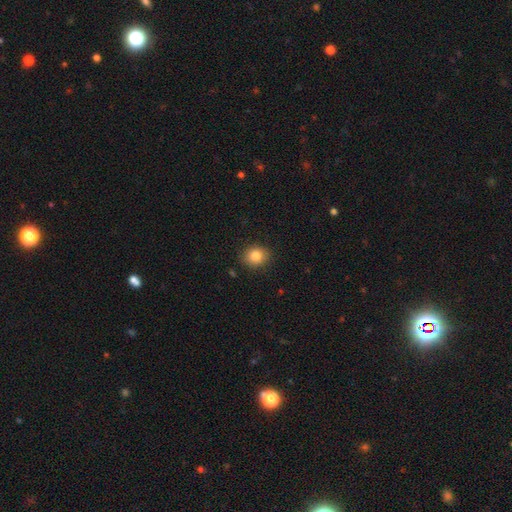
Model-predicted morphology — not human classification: smooth_or_featured: smooth (p=0.85) [alt: star or artifact p=0.09]
how_rounded: round (p=0.73) [alt: in between p=0.26]
merging: none (p=0.88) [alt: minor disturbance p=0.09]